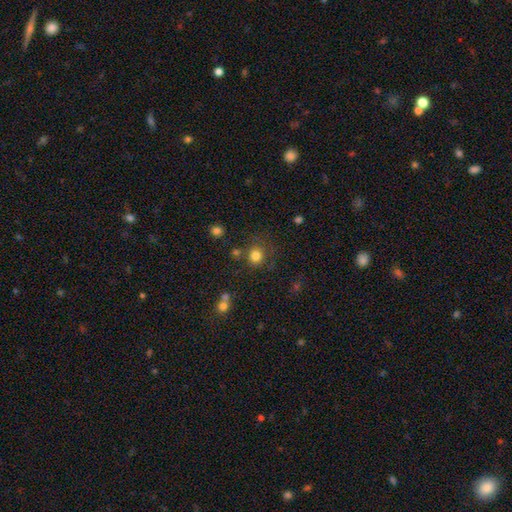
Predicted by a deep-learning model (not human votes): This is clearly a smooth galaxy (81%). How rounded: clearly round (89%). Merging: likely none (75%).